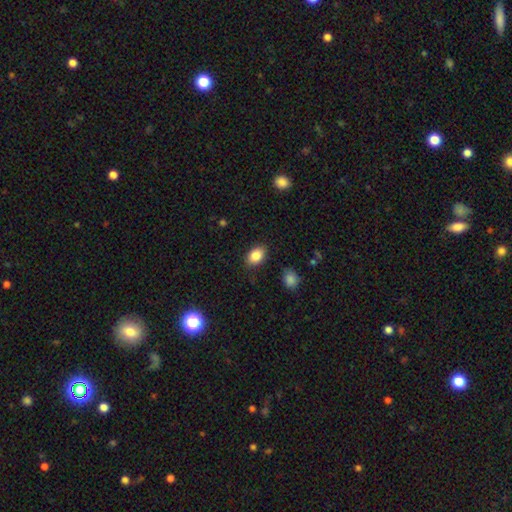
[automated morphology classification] Smooth or featured?
  - smooth: 86% *
  - star or artifact: 8%
  - featured or disk: 6%
How rounded?
  - in between: 82% *
  - round: 16%
  - cigar-shaped: 1%
Merging?
  - none: 85% *
  - minor disturbance: 11%
  - major disturbance: 3%
  - merger: 2%